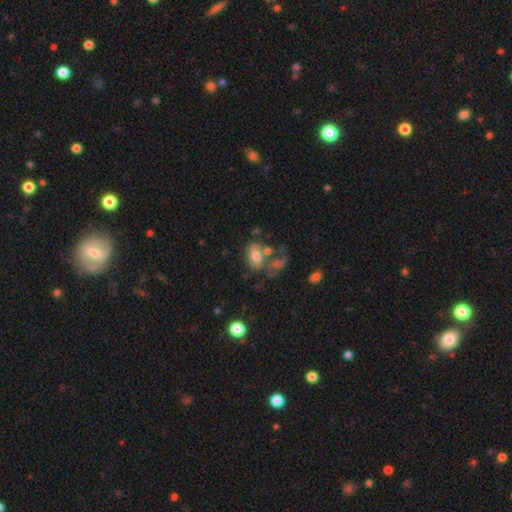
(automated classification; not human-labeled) Smooth or featured: smooth — 68% (featured or disk — 22%)
How rounded: in between — 88% (round — 10%)
Merging: none — 38% (merger — 31%)